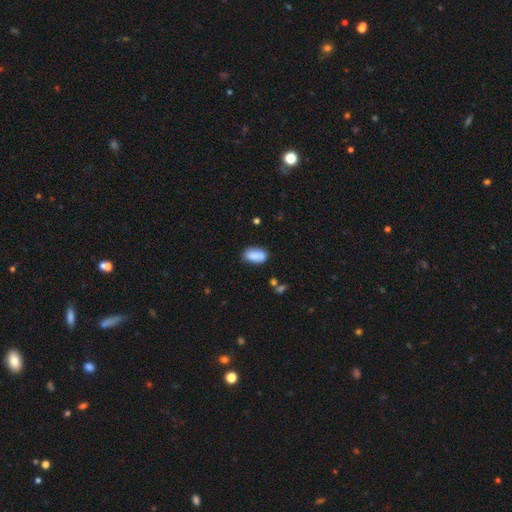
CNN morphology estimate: Smooth or featured?
  - smooth: 86% *
  - star or artifact: 8%
  - featured or disk: 6%
How rounded?
  - in between: 90% *
  - cigar-shaped: 6%
  - round: 4%
Merging?
  - none: 73% *
  - minor disturbance: 17%
  - merger: 7%
  - major disturbance: 4%